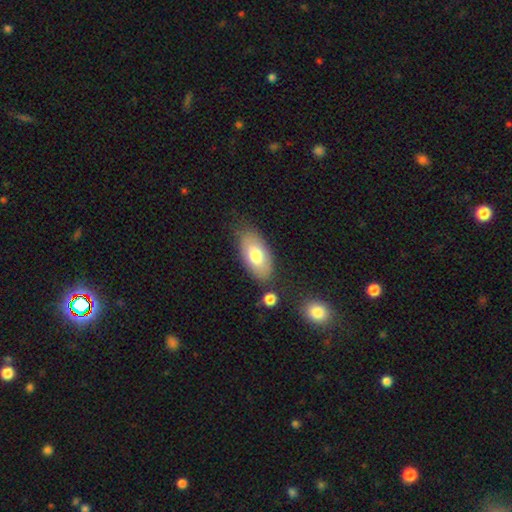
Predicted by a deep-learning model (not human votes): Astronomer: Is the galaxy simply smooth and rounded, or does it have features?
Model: smooth — 74%.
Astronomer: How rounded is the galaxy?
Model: in between — 92%.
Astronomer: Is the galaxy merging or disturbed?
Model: none — 77%.